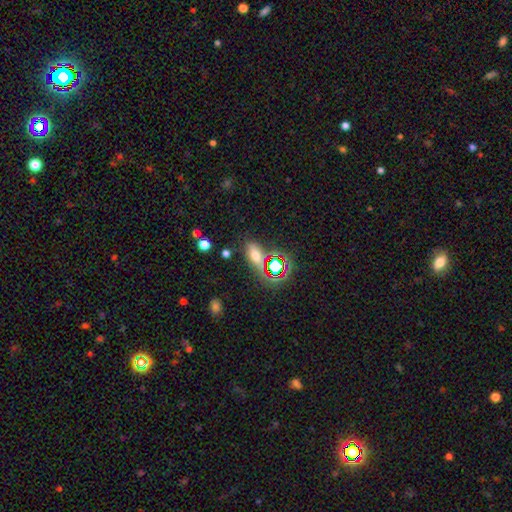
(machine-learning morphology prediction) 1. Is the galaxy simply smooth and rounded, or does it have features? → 58% smooth, 27% star or artifact, 15% featured or disk.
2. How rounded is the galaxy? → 77% in between, 12% round, 11% cigar-shaped.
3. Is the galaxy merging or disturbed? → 69% none, 15% minor disturbance, 9% merger, 7% major disturbance.